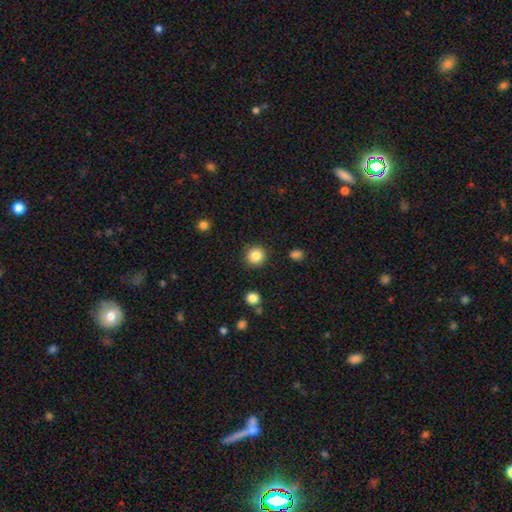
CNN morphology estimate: Smooth or featured: smooth — 86% (star or artifact — 10%)
How rounded: round — 94% (in between — 5%)
Merging: none — 91% (minor disturbance — 6%)